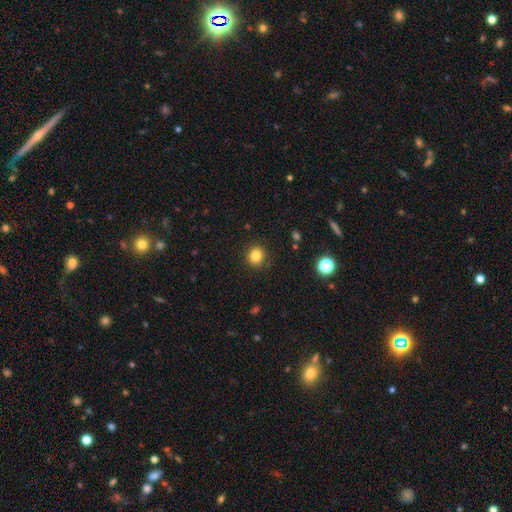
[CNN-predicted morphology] This appears to be a smooth galaxy with no disk features (82%) that is round (85%). Merging: none (89%).